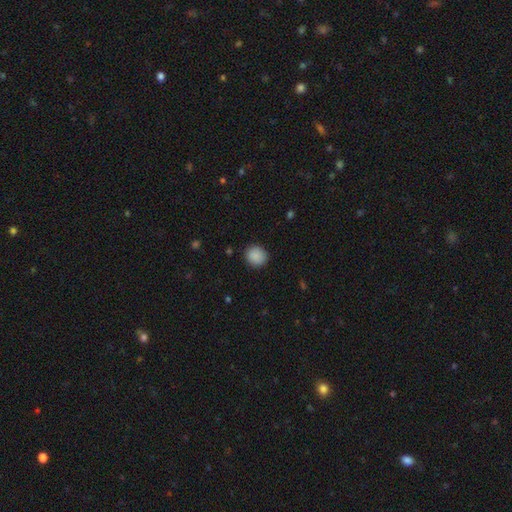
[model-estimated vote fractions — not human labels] smooth 89%, star or artifact 8%, featured or disk 3%. Down the decision tree: how rounded — round (85%); merging — none (89%).